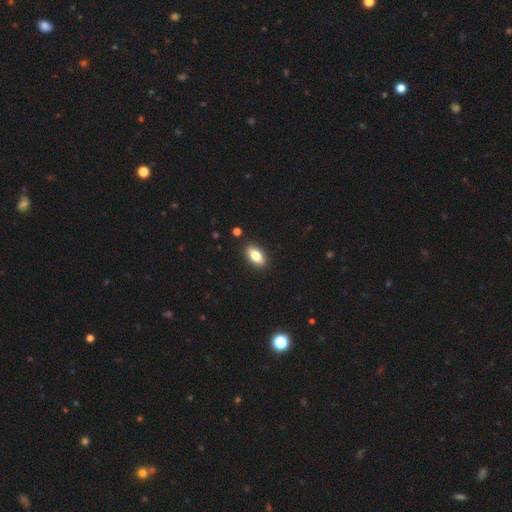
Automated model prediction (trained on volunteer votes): Smooth or featured?
  - smooth: 80% *
  - featured or disk: 13%
  - star or artifact: 7%
How rounded?
  - in between: 87% *
  - cigar-shaped: 9%
  - round: 4%
Merging?
  - none: 89% *
  - minor disturbance: 8%
  - major disturbance: 2%
  - merger: 1%